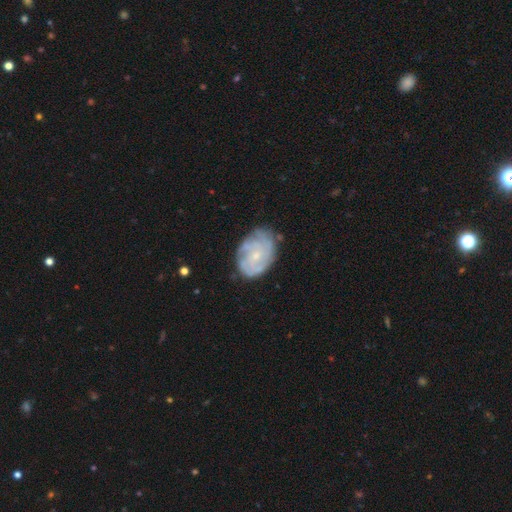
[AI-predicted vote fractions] Smooth or featured? featured or disk (72%)
Edge-on disk? no (97%)
Bar? no (73%)
Spiral arms? yes (87%)
Spiral winding? tight (63%)
Spiral arm count? can't tell (45%)
Bulge size? small (68%)
Merging? none (71%)